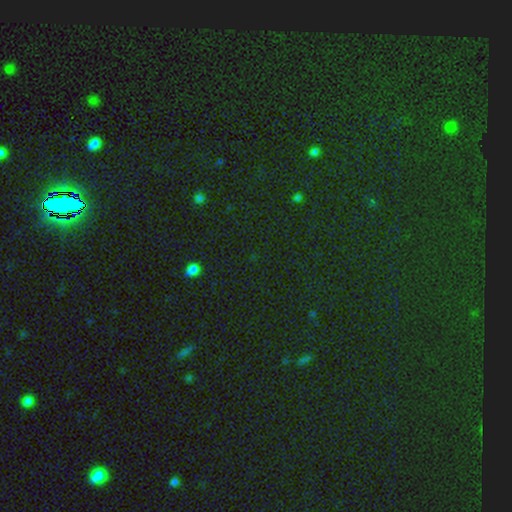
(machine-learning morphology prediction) Smooth or featured? Predicted: star or artifact (p=0.80).